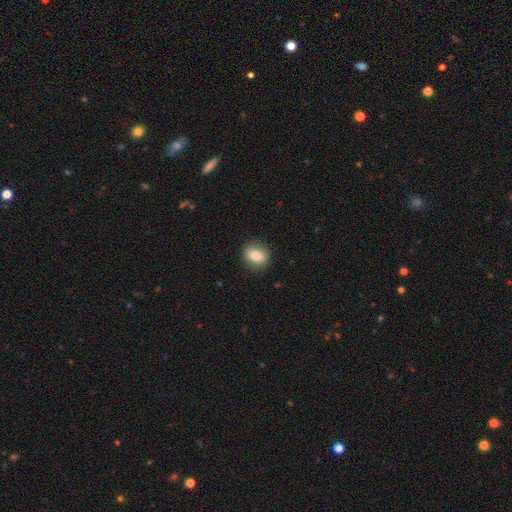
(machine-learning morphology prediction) Smooth or featured? Predicted: smooth (p=0.79). How rounded? Predicted: round (p=0.61). Merging? Predicted: none (p=0.88).